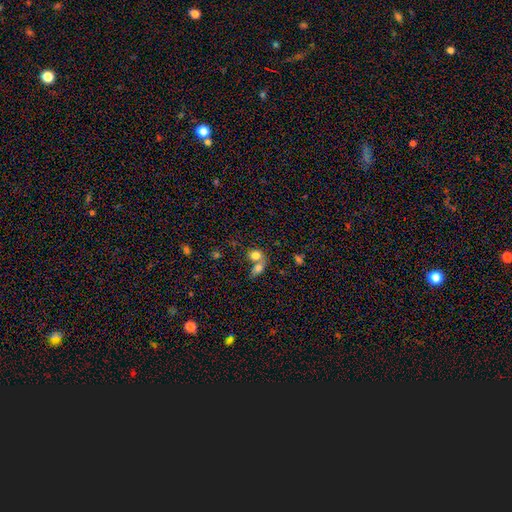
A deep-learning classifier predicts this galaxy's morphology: A smooth galaxy with no disk features (77%) that is round (54%). Merging: merger (62%).